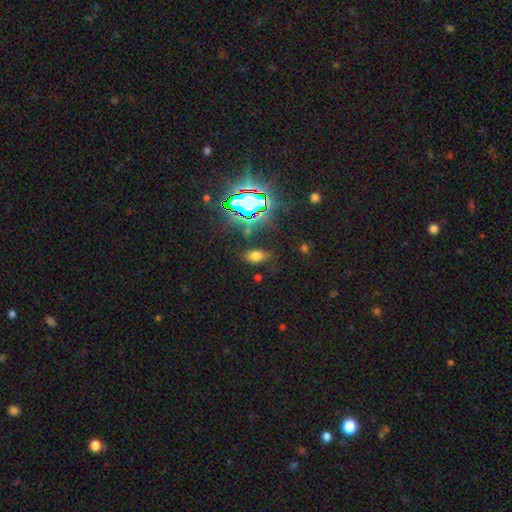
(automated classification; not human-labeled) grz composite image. It shows a smooth galaxy with no disk features (64%) that is in between round and cigar-shaped (88%). Merging: none (76%).